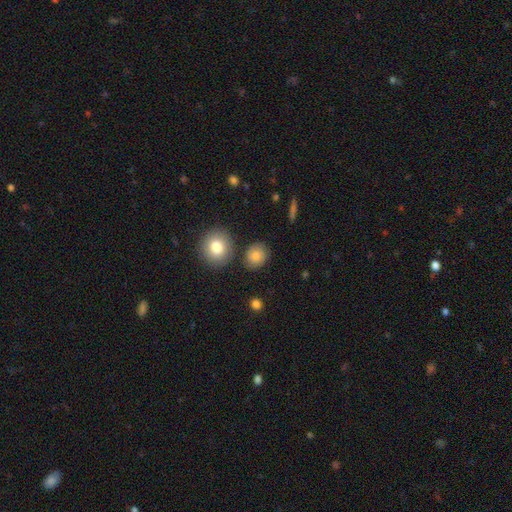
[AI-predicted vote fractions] Smooth or featured?
  - smooth: 73% *
  - featured or disk: 18%
  - star or artifact: 9%
How rounded?
  - round: 71% *
  - in between: 28%
  - cigar-shaped: 1%
Merging?
  - none: 79% *
  - minor disturbance: 12%
  - merger: 5%
  - major disturbance: 4%